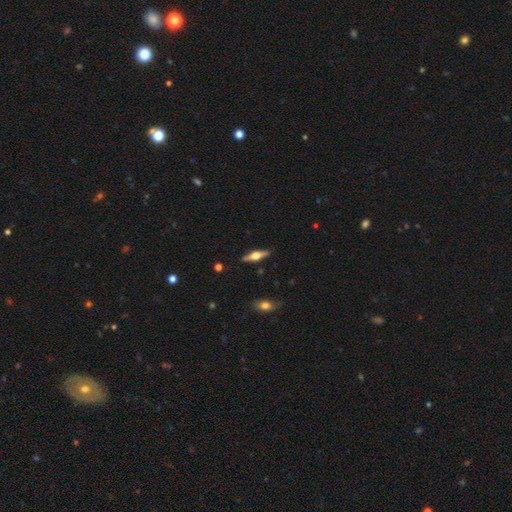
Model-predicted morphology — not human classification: Smooth or featured? featured or disk (64%)
Edge-on disk? yes (95%)
Edge-on bulge? rounded (94%)
Merging? none (89%)